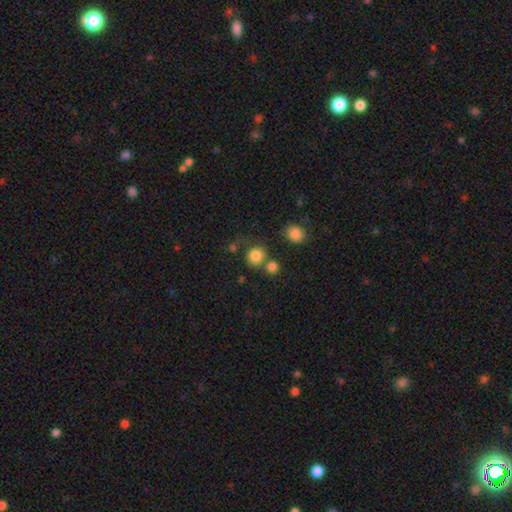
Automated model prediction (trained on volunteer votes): Smooth or featured?
  - smooth: 82% *
  - star or artifact: 12%
  - featured or disk: 6%
How rounded?
  - round: 86% *
  - in between: 13%
  - cigar-shaped: 1%
Merging?
  - none: 62% *
  - merger: 21%
  - minor disturbance: 11%
  - major disturbance: 5%